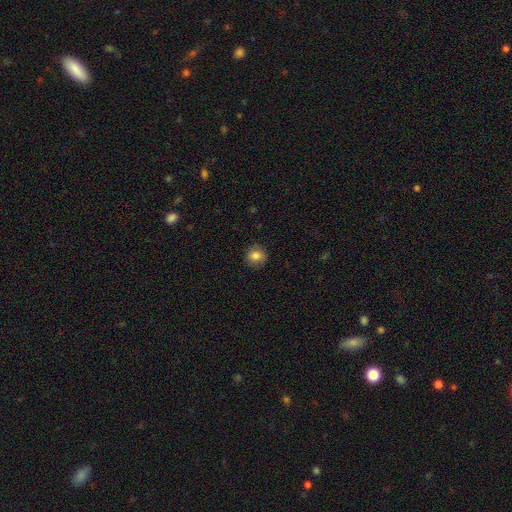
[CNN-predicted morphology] This appears to be a smooth galaxy with no disk features (82%) that is round (86%). Merging: none (86%).